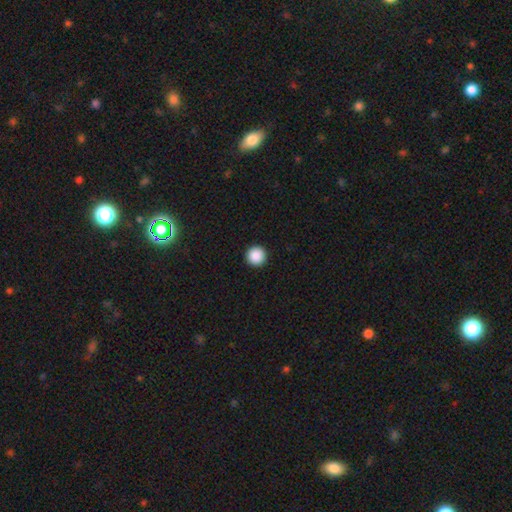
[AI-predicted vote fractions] Smooth or featured: smooth — 89% (star or artifact — 9%)
How rounded: round — 97% (in between — 2%)
Merging: none — 94% (minor disturbance — 4%)